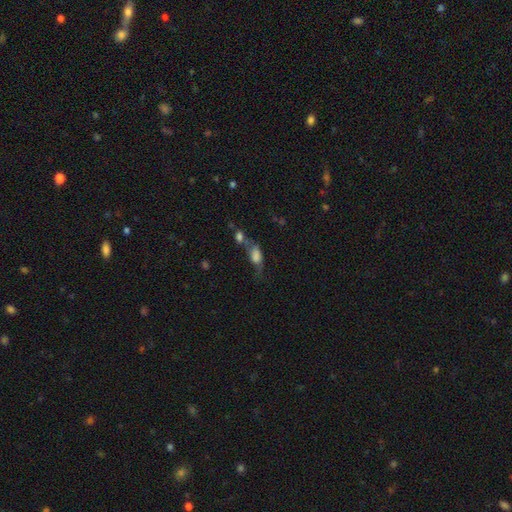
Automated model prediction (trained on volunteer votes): Smooth or featured? smooth (68%)
How rounded? in between (80%)
Merging? merger (36%)